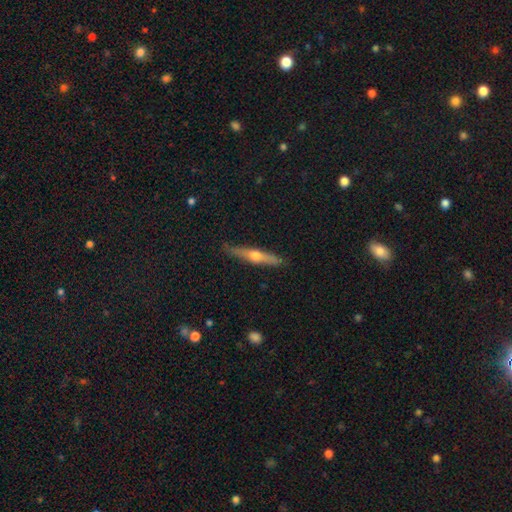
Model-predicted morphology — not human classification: This appears to be a featured or disk galaxy (64%) viewed edge-on (96%) with a rounded central bulge (92%). Merging: none (87%).